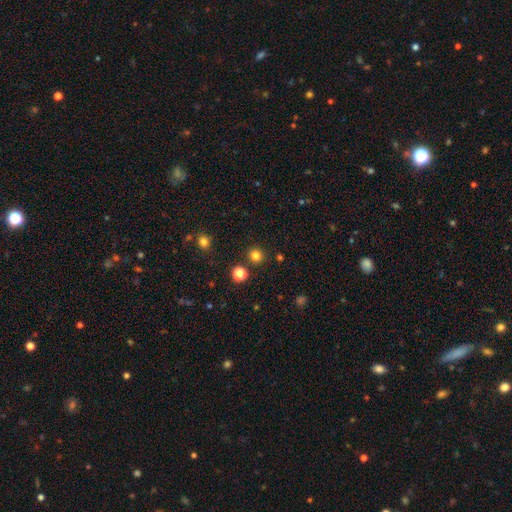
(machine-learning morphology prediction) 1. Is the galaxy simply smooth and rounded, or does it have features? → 81% smooth, 15% star or artifact, 4% featured or disk.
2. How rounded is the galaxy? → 90% round, 9% in between, 1% cigar-shaped.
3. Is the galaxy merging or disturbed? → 89% none, 6% minor disturbance, 3% merger, 2% major disturbance.